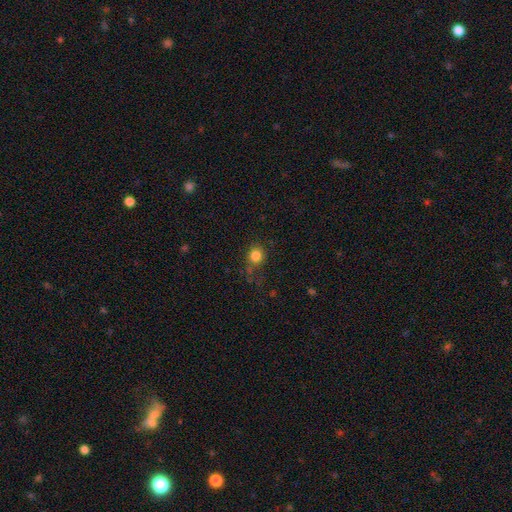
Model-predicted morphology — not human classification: A smooth galaxy with no disk features (83%) that is round (85%). Merging: none (70%).